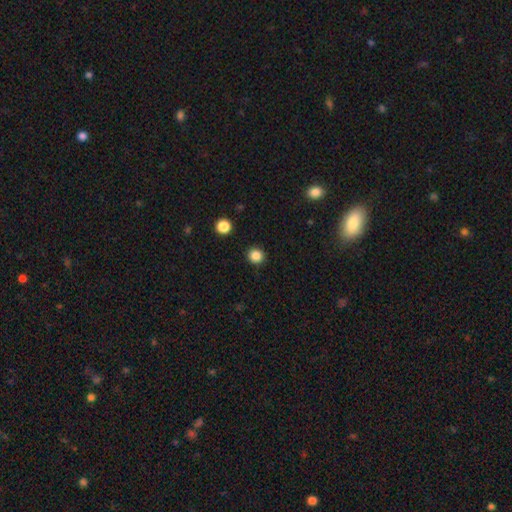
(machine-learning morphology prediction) A smooth galaxy with no disk features (85%) that is round (92%).

Vote fractions:
- Smooth or featured? smooth: 85% / star or artifact: 12% / featured or disk: 3%
- How rounded? round: 92% / in between: 7% / cigar-shaped: 1%
- Merging? none: 92% / minor disturbance: 5% / major disturbance: 2% / merger: 1%